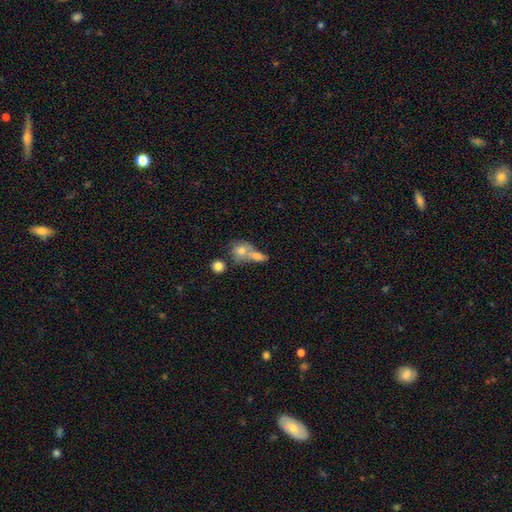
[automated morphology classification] Smooth or featured? smooth (63%)
How rounded? in between (54%)
Merging? merger (59%)